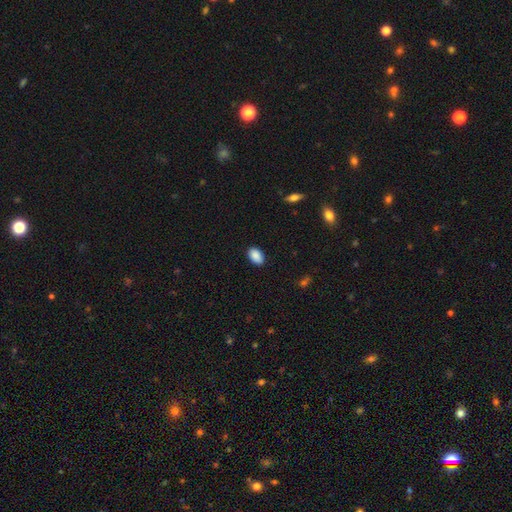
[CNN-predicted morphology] smooth_or_featured: smooth (p=0.90) [alt: star or artifact p=0.07]
how_rounded: in between (p=0.91) [alt: round p=0.07]
merging: none (p=0.88) [alt: minor disturbance p=0.09]